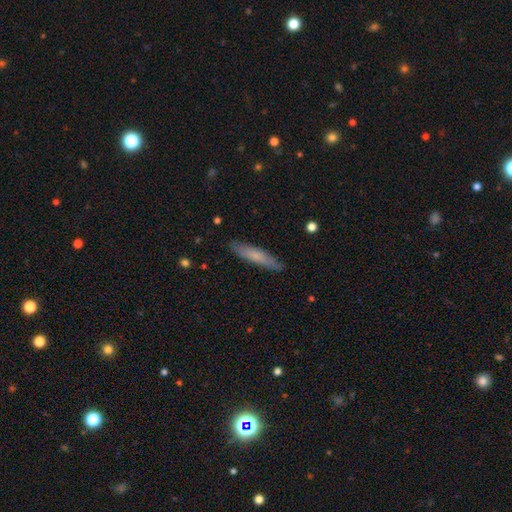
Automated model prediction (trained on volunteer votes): smooth 68%, featured or disk 26%, star or artifact 6%. Down the decision tree: how rounded — cigar-shaped (88%); merging — none (87%).